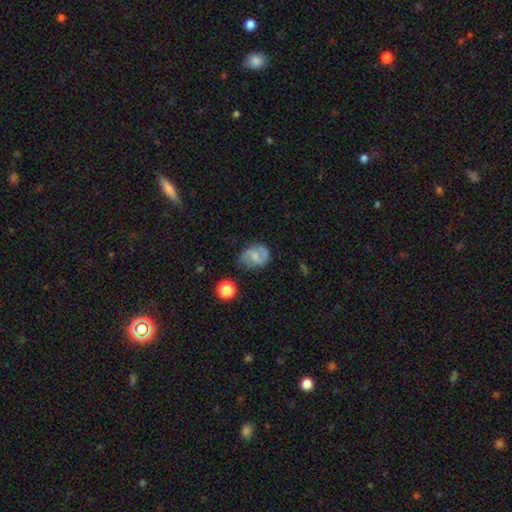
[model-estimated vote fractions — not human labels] A featured or disk galaxy (58%) with no bar (53%), 2 (82%) medium (48%) spiral arms (89%) and a small central bulge (53%). Merging: none (66%).